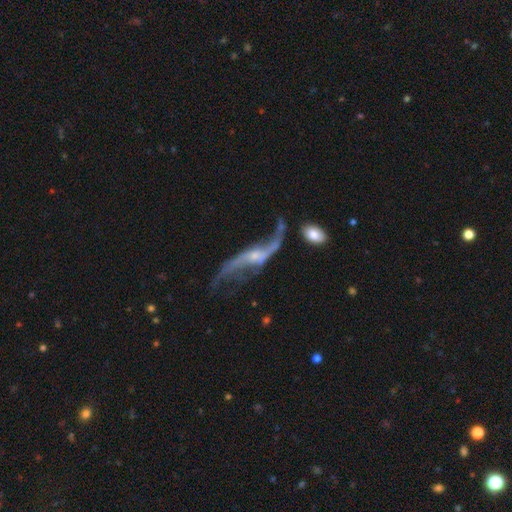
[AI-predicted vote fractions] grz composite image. It shows a featured or disk galaxy (85%) with no bar (54%), 2 (91%) loose (93%) spiral arms (90%) and a small central bulge (64%). Merging: none (43%).